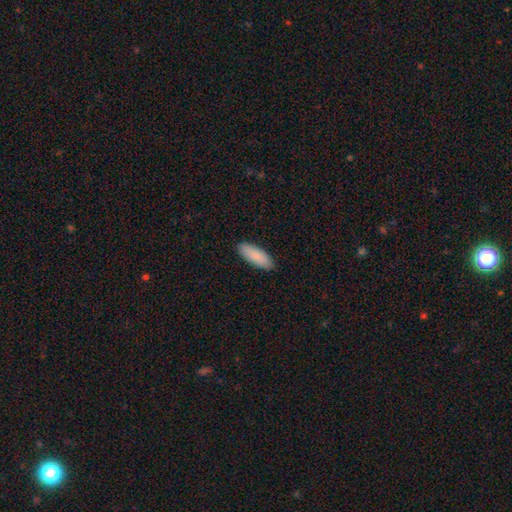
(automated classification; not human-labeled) This is clearly a smooth galaxy (89%). How rounded: likely in between (74%). Merging: clearly none (90%).